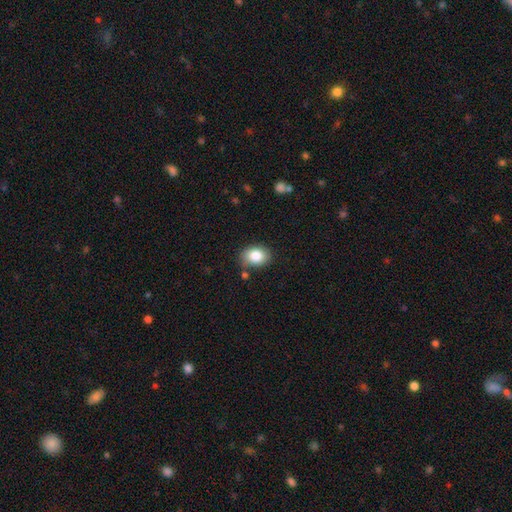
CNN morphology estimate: Smooth or featured? smooth (84%)
How rounded? in between (66%)
Merging? none (77%)